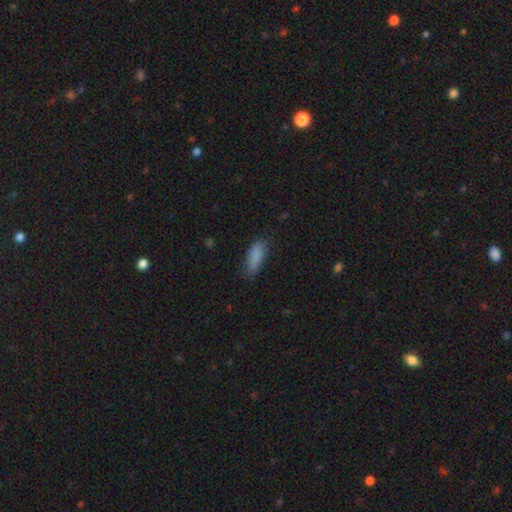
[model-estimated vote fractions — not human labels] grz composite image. It shows a smooth galaxy with no disk features (86%) that is in between round and cigar-shaped (69%). Merging: none (75%).